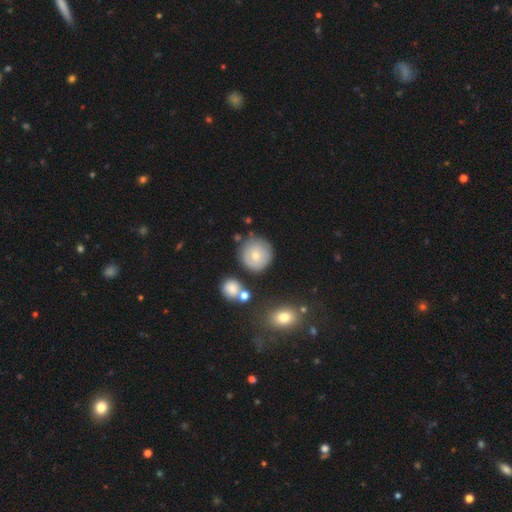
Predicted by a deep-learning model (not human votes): Smooth or featured? Predicted: smooth (p=0.62). How rounded? Predicted: round (p=0.93). Merging? Predicted: none (p=0.76).